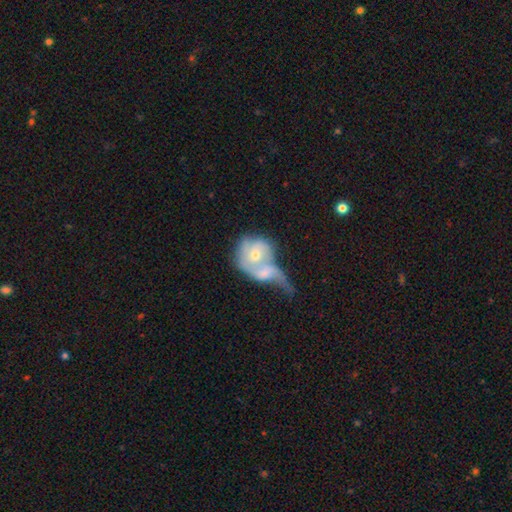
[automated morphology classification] type=featured or disk (55%); edge-on=no (96%); bar=no (75%); spiral arms=yes (58%); bulge=moderate (56%); merging=merger (71%).